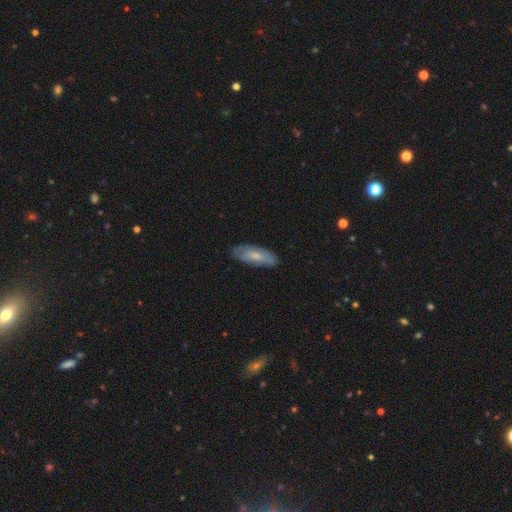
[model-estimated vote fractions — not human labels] The model was most divided on "how rounded": in between: 66%, cigar-shaped: 33%, round: 2%. More confident: merging — none (80%); smooth or featured — smooth (65%).